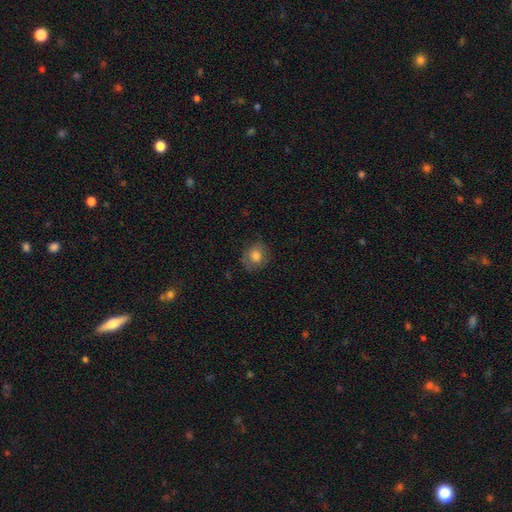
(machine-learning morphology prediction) smooth 79%, featured or disk 11%, star or artifact 10%. Down the decision tree: how rounded — round (74%); merging — none (77%).